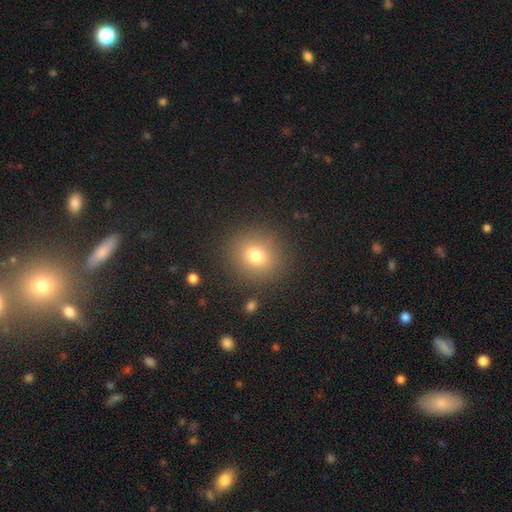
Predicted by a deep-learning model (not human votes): smooth_or_featured: smooth (p=0.74) [alt: star or artifact p=0.15]
how_rounded: round (p=0.86) [alt: in between p=0.13]
merging: none (p=0.88) [alt: minor disturbance p=0.07]